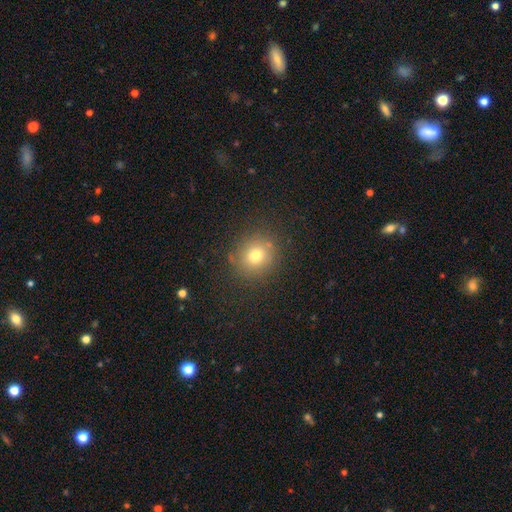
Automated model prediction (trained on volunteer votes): Smooth or featured?
  - smooth: 74% *
  - star or artifact: 16%
  - featured or disk: 10%
How rounded?
  - round: 85% *
  - in between: 14%
  - cigar-shaped: 1%
Merging?
  - none: 84% *
  - minor disturbance: 10%
  - major disturbance: 4%
  - merger: 2%